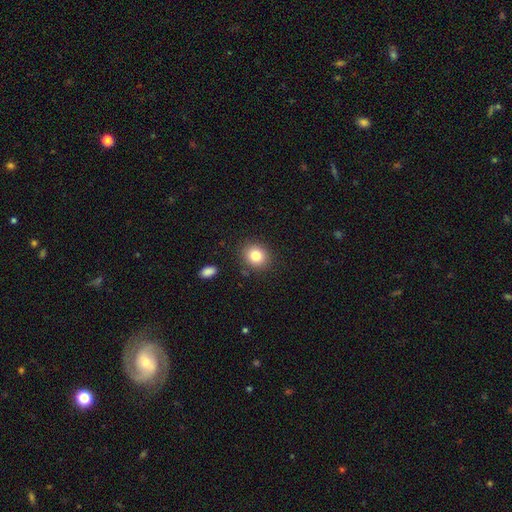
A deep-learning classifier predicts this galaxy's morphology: This appears to be a smooth galaxy with no disk features (82%) that is round (75%). Merging: none (87%).